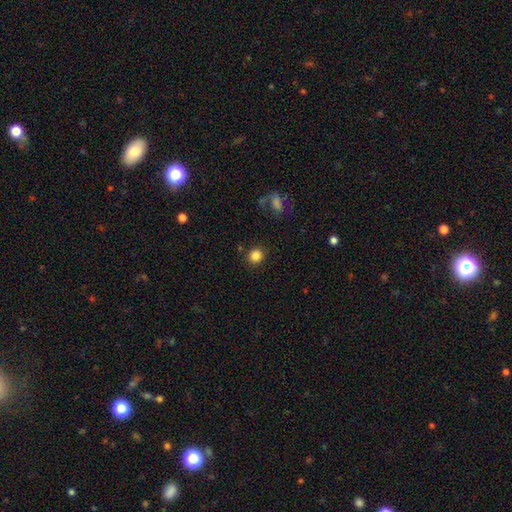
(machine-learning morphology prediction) smooth_or_featured: smooth (p=0.85) [alt: star or artifact p=0.11]
how_rounded: round (p=0.90) [alt: in between p=0.09]
merging: none (p=0.88) [alt: minor disturbance p=0.06]